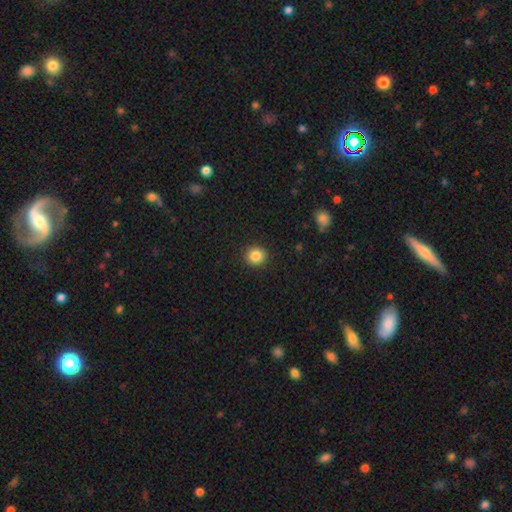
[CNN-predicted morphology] smooth-or-featured: smooth: 85% | star or artifact: 10% | featured or disk: 5%
  how-rounded: round: 90% | in between: 9% | cigar-shaped: 1%
  merging: none: 92% | minor disturbance: 5% | major disturbance: 2% | merger: 1%